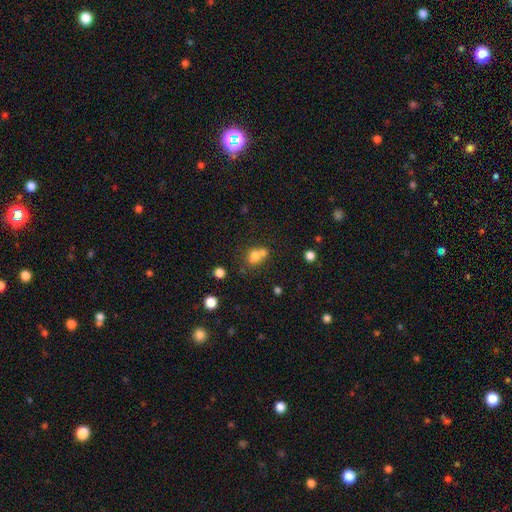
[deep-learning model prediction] Smooth or featured?
  - smooth: 73% *
  - featured or disk: 14%
  - star or artifact: 13%
How rounded?
  - round: 62% *
  - in between: 37%
  - cigar-shaped: 1%
Merging?
  - merger: 49% *
  - none: 35%
  - minor disturbance: 11%
  - major disturbance: 5%